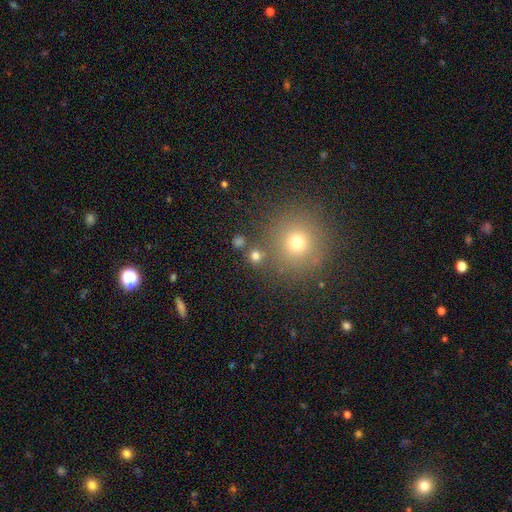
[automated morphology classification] Smooth or featured?
  - smooth: 72% *
  - star or artifact: 20%
  - featured or disk: 8%
How rounded?
  - round: 91% *
  - in between: 8%
  - cigar-shaped: 1%
Merging?
  - none: 77% *
  - merger: 12%
  - minor disturbance: 7%
  - major disturbance: 4%